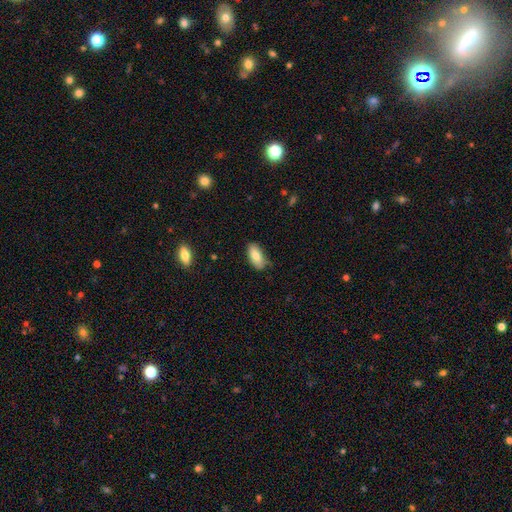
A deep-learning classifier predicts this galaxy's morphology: Q: Smooth or featured?
A: smooth (81%); runner-up: featured or disk (12%)
Q: How rounded?
A: in between (91%); runner-up: cigar-shaped (7%)
Q: Merging?
A: none (71%); runner-up: minor disturbance (24%)